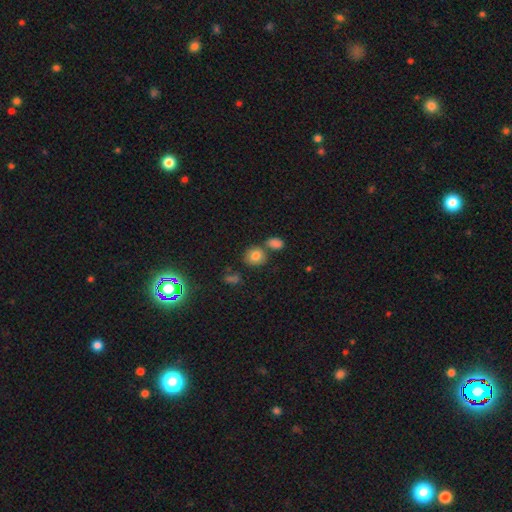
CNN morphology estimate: Smooth or featured? Predicted: smooth (p=0.81). How rounded? Predicted: round (p=0.73). Merging? Predicted: none (p=0.65).